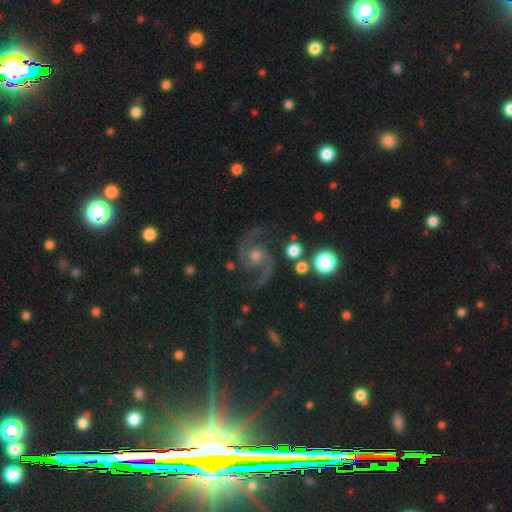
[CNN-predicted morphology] This appears to be a featured or disk galaxy (84%) with no bar (72%), 2 (92%) medium (61%) spiral arms (98%) and a moderate central bulge (62%). Merging: none (79%).